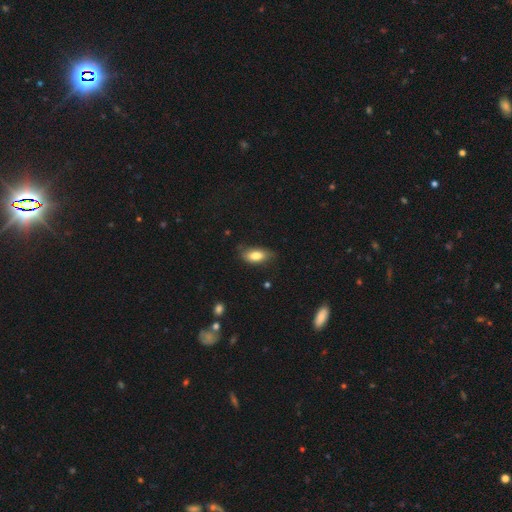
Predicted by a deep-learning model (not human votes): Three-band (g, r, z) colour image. It shows a smooth galaxy with no disk features (80%) that is in between round and cigar-shaped (87%). Merging: none (68%).